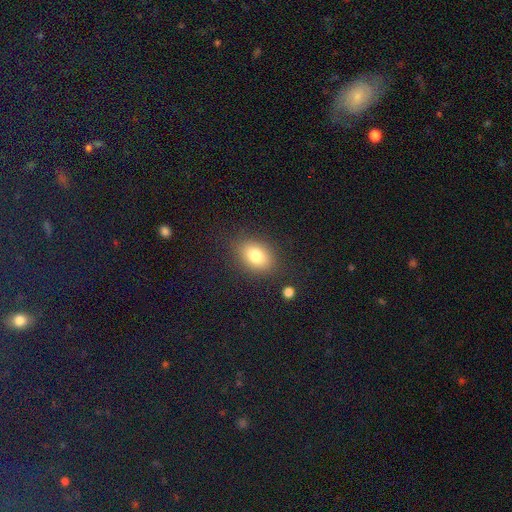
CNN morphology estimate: type=smooth (80%); roundness=in between (73%); merging=none (83%).